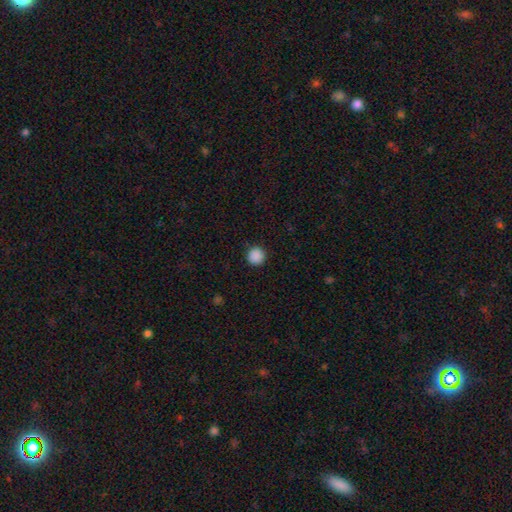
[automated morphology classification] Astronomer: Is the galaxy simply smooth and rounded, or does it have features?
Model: smooth — 89%.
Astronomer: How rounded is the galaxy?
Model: round — 94%.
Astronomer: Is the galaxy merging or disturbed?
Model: none — 91%.